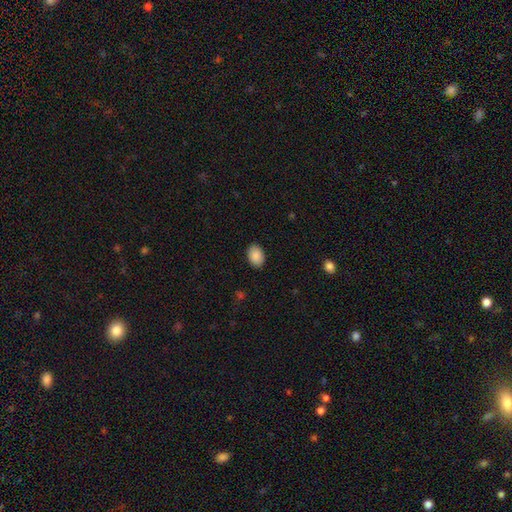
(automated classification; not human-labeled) Smooth or featured?
  - smooth: 90% *
  - star or artifact: 7%
  - featured or disk: 4%
How rounded?
  - in between: 82% *
  - round: 17%
  - cigar-shaped: 1%
Merging?
  - none: 88% *
  - minor disturbance: 9%
  - major disturbance: 2%
  - merger: 1%